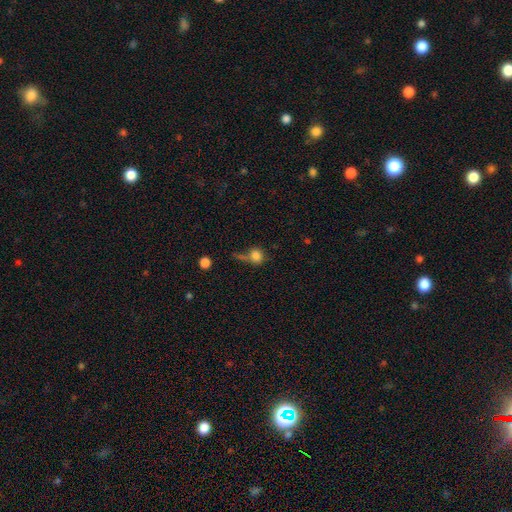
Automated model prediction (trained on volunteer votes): Smooth or featured? Predicted: smooth (p=0.77). How rounded? Predicted: round (p=0.74). Merging? Predicted: none (p=0.40).